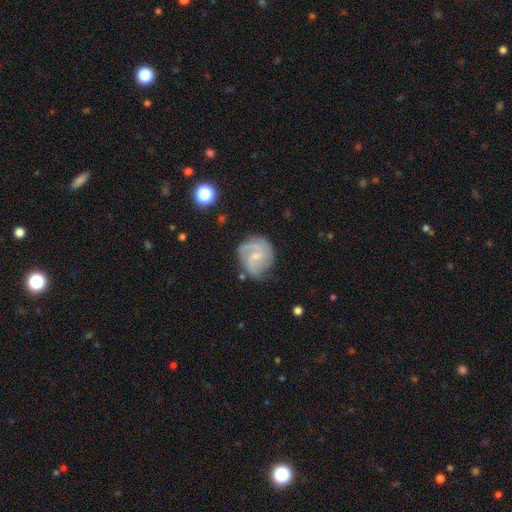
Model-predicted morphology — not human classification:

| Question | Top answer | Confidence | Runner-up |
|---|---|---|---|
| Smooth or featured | featured or disk | 79% | smooth (15%) |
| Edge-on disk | no | 98% | yes (2%) |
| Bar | weak | 47% | no (46%) |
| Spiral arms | yes | 95% | no (5%) |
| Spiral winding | medium | 48% | tight (33%) |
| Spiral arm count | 2 | 51% | 3 (23%) |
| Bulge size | small | 66% | moderate (19%) |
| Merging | none | 67% | minor disturbance (22%) |